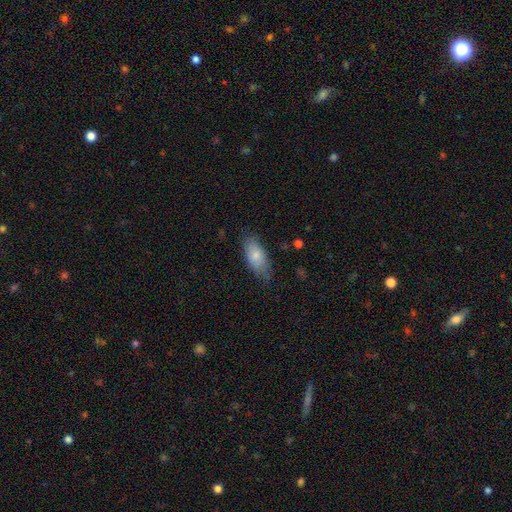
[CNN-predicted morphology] This is likely a smooth galaxy (79%). How rounded: clearly in between (86%). Merging: likely none (69%).